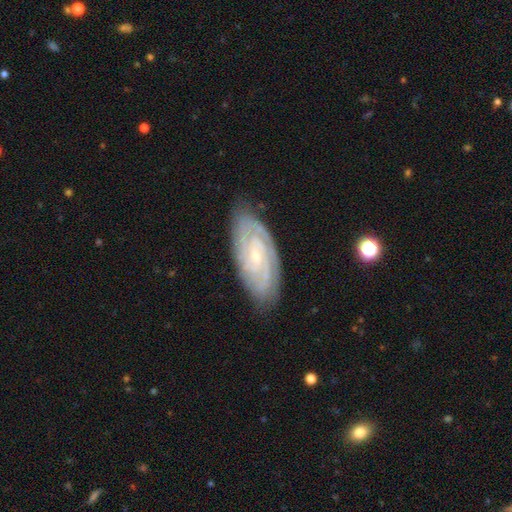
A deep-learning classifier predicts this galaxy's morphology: featured or disk 87%, smooth 8%, star or artifact 5%. Down the decision tree: edge-on disk — no (94%); bar — no (56%); spiral arms — yes (98%); spiral arm count — 2 (28%); spiral winding — tight (77%); bulge size — small (78%); merging — none (81%).